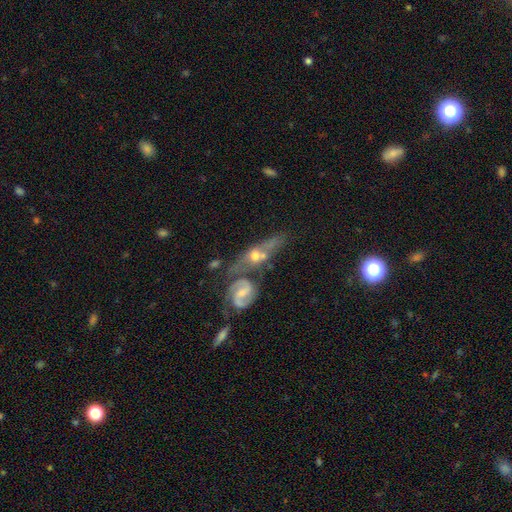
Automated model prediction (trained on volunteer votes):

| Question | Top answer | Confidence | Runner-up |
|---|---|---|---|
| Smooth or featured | featured or disk | 70% | smooth (22%) |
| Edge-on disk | no | 73% | yes (27%) |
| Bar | no | 61% | weak (28%) |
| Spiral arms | yes | 68% | no (32%) |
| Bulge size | moderate | 51% | small (35%) |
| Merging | merger | 43% | none (31%) |